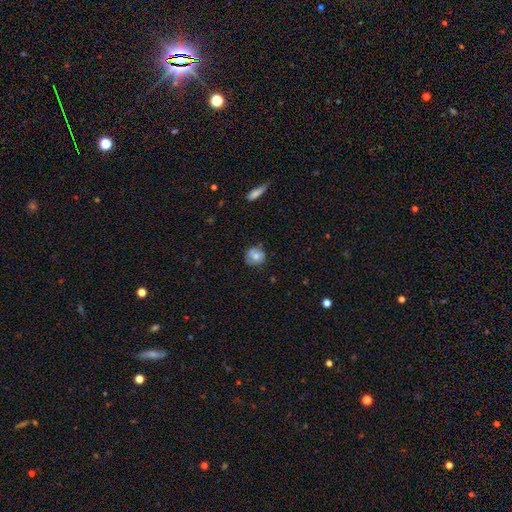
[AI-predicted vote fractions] Q: Smooth or featured?
A: smooth (68%); runner-up: featured or disk (24%)
Q: How rounded?
A: round (80%); runner-up: in between (19%)
Q: Merging?
A: none (70%); runner-up: minor disturbance (22%)